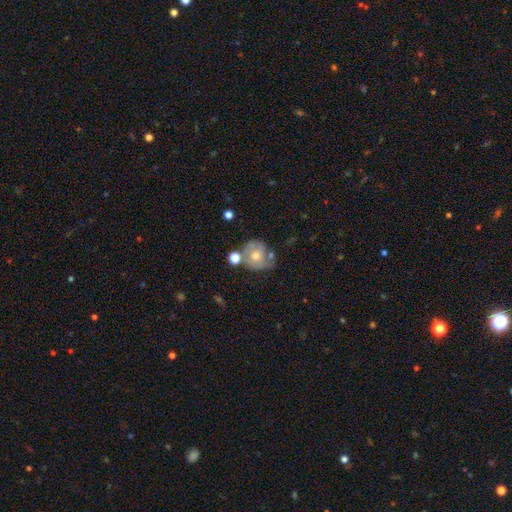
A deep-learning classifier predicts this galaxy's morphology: A featured or disk galaxy (46%).

Vote fractions:
- Smooth or featured? featured or disk: 46% / smooth: 44% / star or artifact: 10%
- Merging? none: 51% / minor disturbance: 22% / merger: 17% / major disturbance: 10%